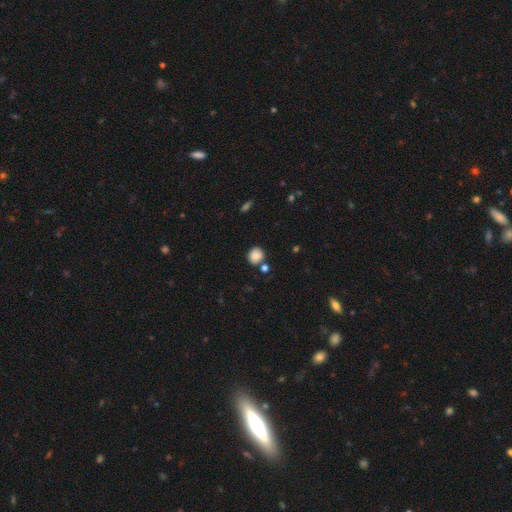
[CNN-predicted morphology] A smooth galaxy with no disk features (83%) that is round (81%).

Vote fractions:
- Smooth or featured? smooth: 83% / star or artifact: 10% / featured or disk: 7%
- How rounded? round: 81% / in between: 18% / cigar-shaped: 1%
- Merging? none: 67% / minor disturbance: 15% / merger: 13% / major disturbance: 4%